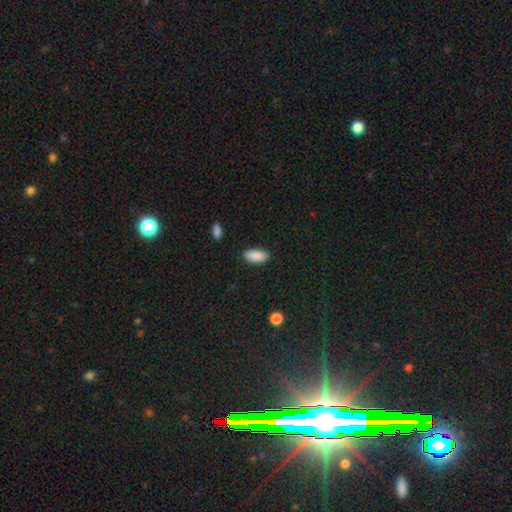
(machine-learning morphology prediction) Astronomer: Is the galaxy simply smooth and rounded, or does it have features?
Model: smooth — 89%.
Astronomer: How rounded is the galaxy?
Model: in between — 86%.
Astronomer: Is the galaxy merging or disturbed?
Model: none — 87%.